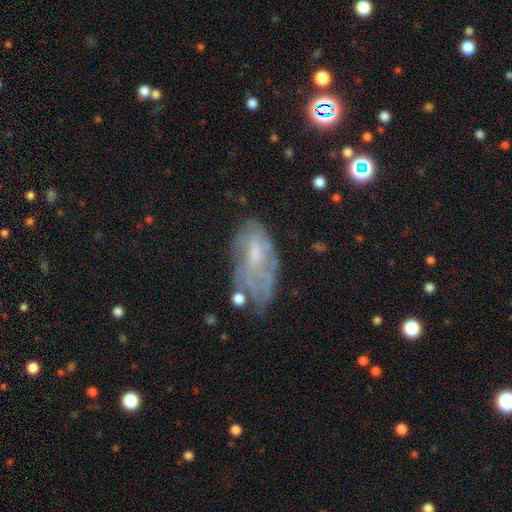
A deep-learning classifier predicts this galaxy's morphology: Overall: featured or disk (52%; smooth 38%). Edge-on disk: no (91%). Merging: none (46%; minor disturbance 29%).